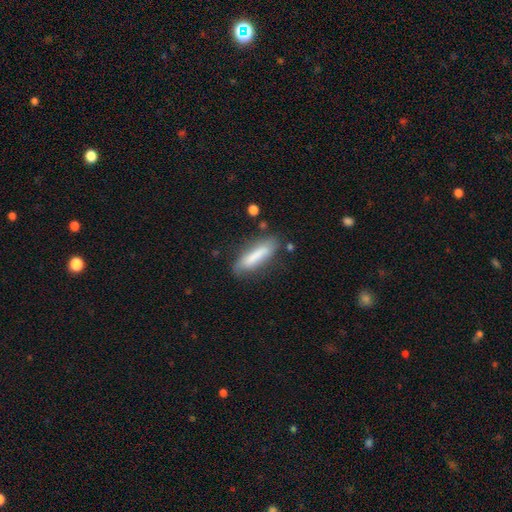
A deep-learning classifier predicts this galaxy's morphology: smooth-or-featured: smooth: 75% | featured or disk: 18% | star or artifact: 7%
  how-rounded: cigar-shaped: 68% | in between: 30% | round: 2%
  merging: none: 71% | minor disturbance: 20% | major disturbance: 6% | merger: 4%